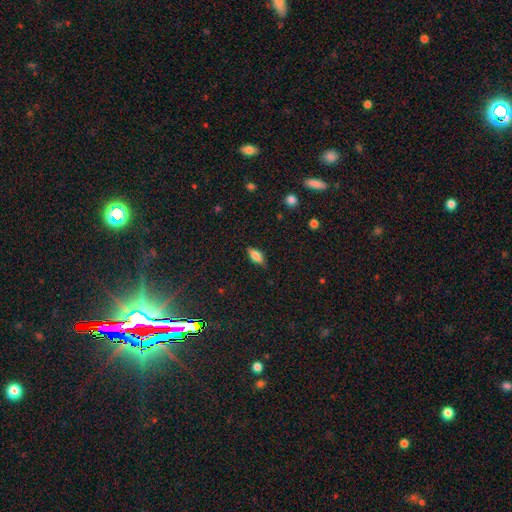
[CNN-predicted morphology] Overall: smooth (67%). How rounded: in between (78%). Merging: none (84%).